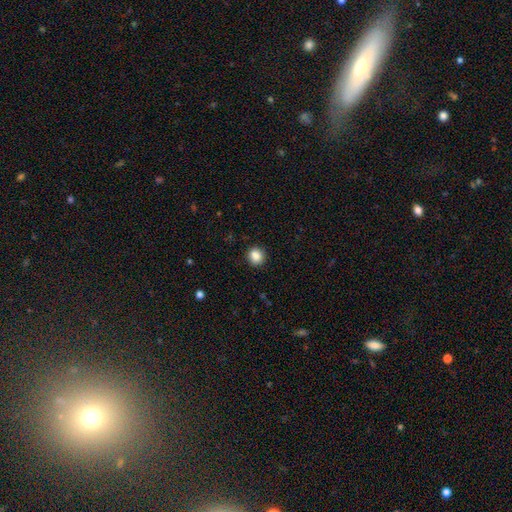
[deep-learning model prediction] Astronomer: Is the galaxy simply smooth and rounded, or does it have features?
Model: smooth — 87%.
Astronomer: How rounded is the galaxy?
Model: round — 83%.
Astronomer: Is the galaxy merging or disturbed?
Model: none — 90%.